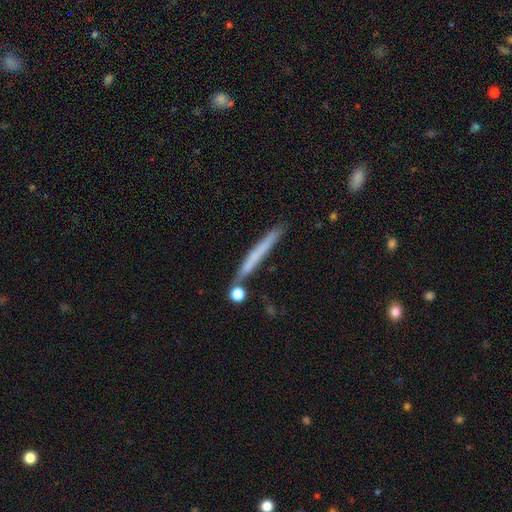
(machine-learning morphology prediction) The model was most divided on "smooth or featured": smooth: 55%, featured or disk: 37%, star or artifact: 7%. More confident: how rounded — cigar-shaped (96%); merging — none (79%).